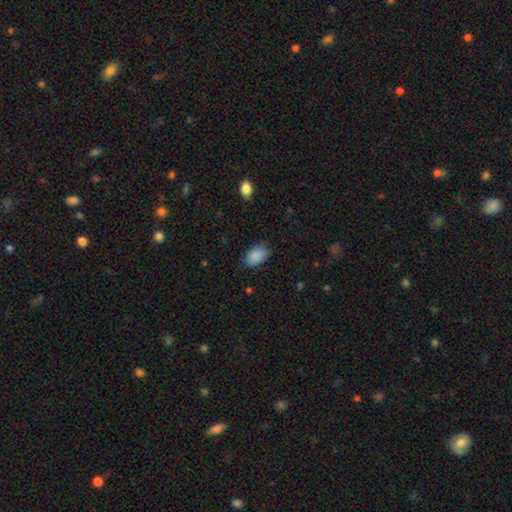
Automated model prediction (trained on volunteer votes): Smooth or featured?
  - smooth: 89% *
  - star or artifact: 7%
  - featured or disk: 4%
How rounded?
  - in between: 86% *
  - round: 13%
  - cigar-shaped: 1%
Merging?
  - none: 79% *
  - minor disturbance: 16%
  - major disturbance: 4%
  - merger: 1%